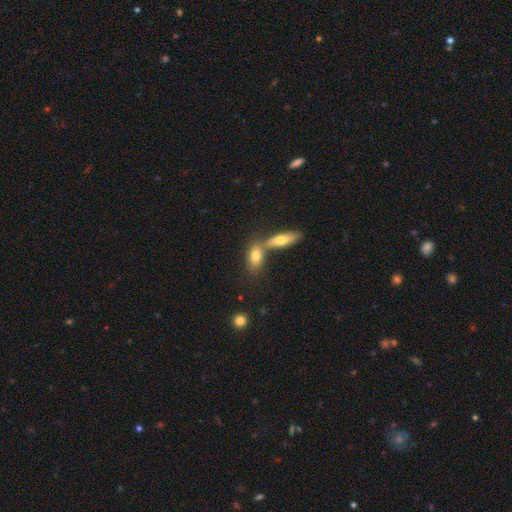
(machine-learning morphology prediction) Overall: smooth (74%). How rounded: in between (79%). Merging: merger (47%; none 40%).